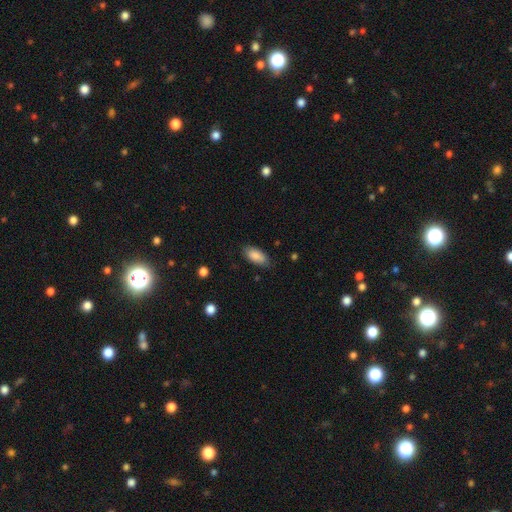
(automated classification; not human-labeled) Morphology: type=smooth (87%); roundness=in between (90%); merging=none (81%).